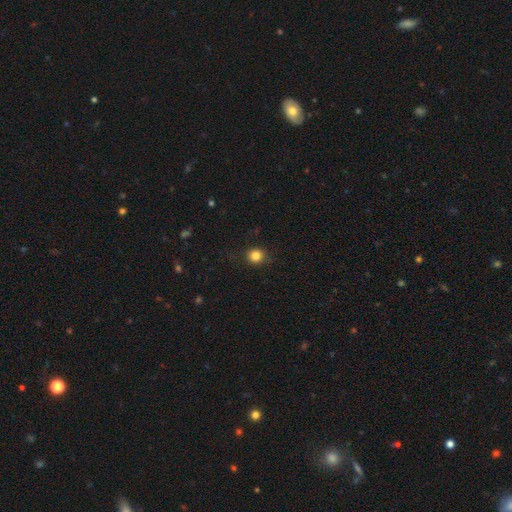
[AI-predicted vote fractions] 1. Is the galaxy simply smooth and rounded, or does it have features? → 84% smooth, 11% star or artifact, 5% featured or disk.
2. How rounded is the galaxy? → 88% round, 11% in between, 1% cigar-shaped.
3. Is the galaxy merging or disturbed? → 86% none, 10% minor disturbance, 3% major disturbance, 1% merger.